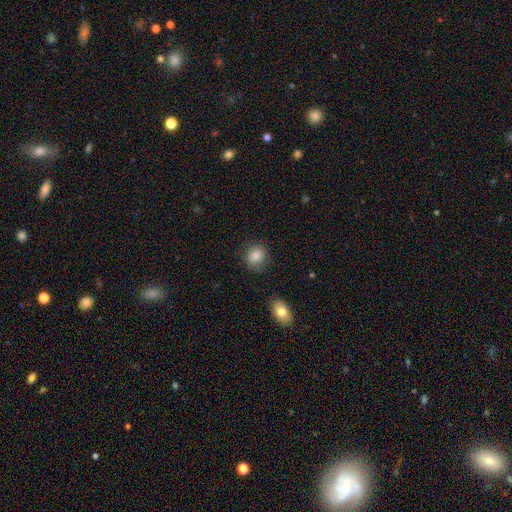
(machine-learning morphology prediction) type=smooth (85%); roundness=round (80%); merging=none (82%).